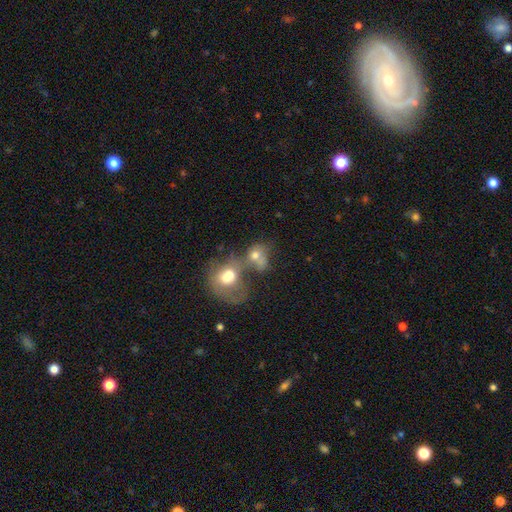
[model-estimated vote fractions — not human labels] smooth_or_featured: smooth (p=0.62) [alt: featured or disk p=0.25]
how_rounded: round (p=0.55) [alt: in between p=0.44]
merging: merger (p=0.68) [alt: none p=0.14]